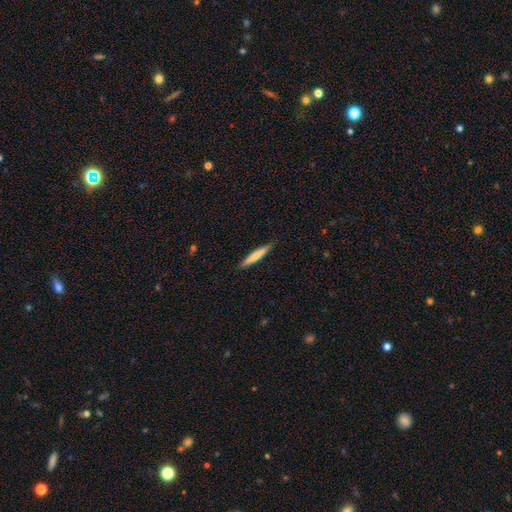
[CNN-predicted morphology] Smooth or featured? Predicted: smooth (p=0.65). How rounded? Predicted: cigar-shaped (p=0.93). Merging? Predicted: none (p=0.90).